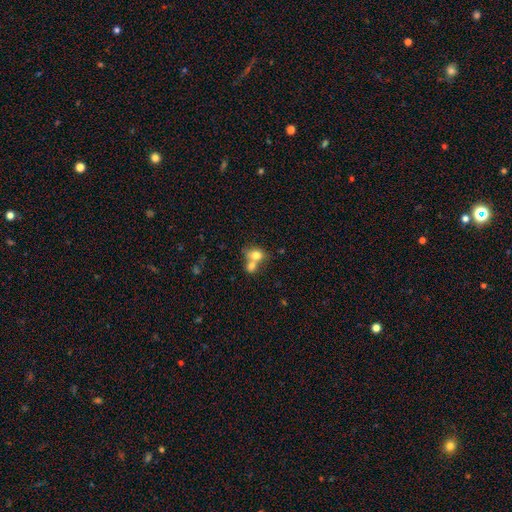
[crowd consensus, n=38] A smooth galaxy with no disk features (76%) that is round (62%). Merging: merger (86%).